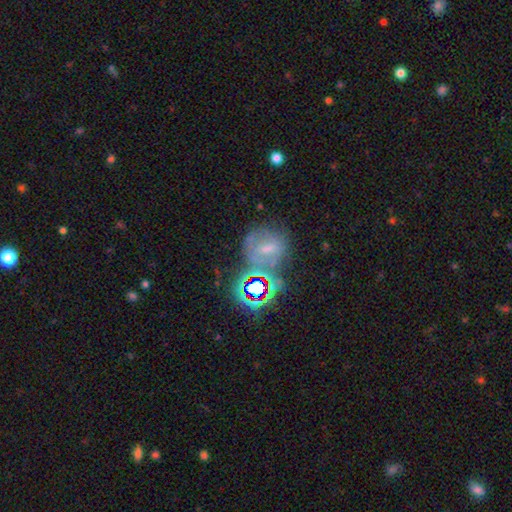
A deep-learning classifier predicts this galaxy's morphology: Q: Smooth or featured?
A: star or artifact (43%); runner-up: featured or disk (36%)